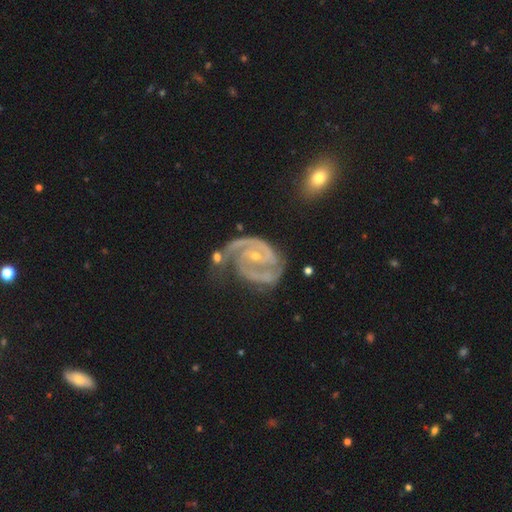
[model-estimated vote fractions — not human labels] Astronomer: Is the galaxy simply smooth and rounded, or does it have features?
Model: featured or disk — 92%.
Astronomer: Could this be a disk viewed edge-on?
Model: no — 98%.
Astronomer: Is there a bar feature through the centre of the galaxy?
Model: no — 44% (runner-up: weak, 37%).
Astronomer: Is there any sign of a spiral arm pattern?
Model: yes — 98%.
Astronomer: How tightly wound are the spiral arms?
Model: tight — 47% (runner-up: medium, 44%).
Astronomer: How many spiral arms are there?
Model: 2 — 76%.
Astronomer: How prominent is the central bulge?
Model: small — 74%.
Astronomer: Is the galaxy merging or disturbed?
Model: none — 49% (runner-up: minor disturbance, 25%).